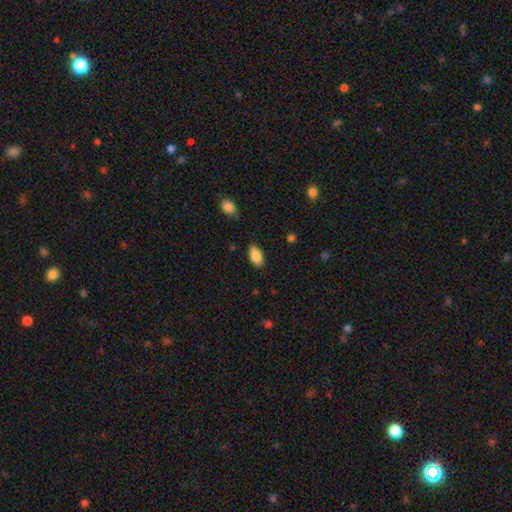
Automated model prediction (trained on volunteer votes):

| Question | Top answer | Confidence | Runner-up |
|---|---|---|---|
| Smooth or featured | smooth | 86% | star or artifact (7%) |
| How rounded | in between | 94% | round (4%) |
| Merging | none | 84% | minor disturbance (12%) |